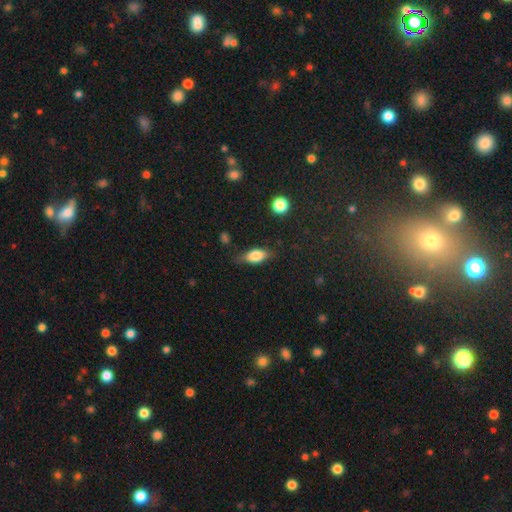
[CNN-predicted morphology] smooth_or_featured: smooth (p=0.70) [alt: featured or disk p=0.21]
how_rounded: in between (p=0.81) [alt: cigar-shaped p=0.14]
merging: none (p=0.71) [alt: minor disturbance p=0.22]